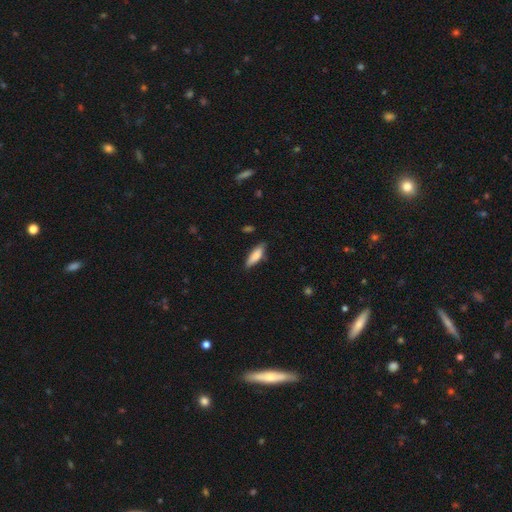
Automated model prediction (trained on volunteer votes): smooth_or_featured: smooth (p=0.83) [alt: featured or disk p=0.11]
how_rounded: in between (p=0.53) [alt: cigar-shaped p=0.45]
merging: none (p=0.79) [alt: minor disturbance p=0.17]